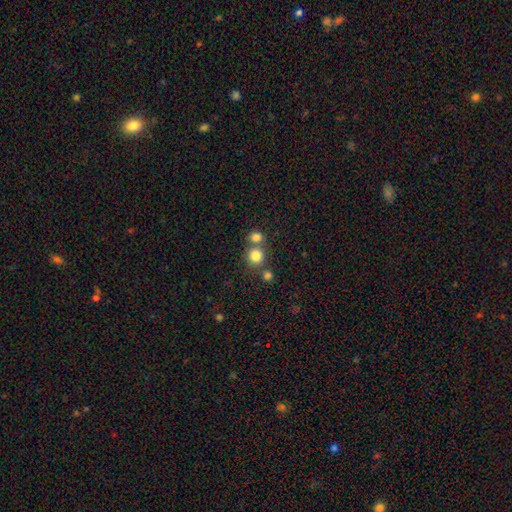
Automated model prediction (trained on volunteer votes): Smooth or featured? Predicted: smooth (p=0.81). How rounded? Predicted: round (p=0.89). Merging? Predicted: none (p=0.61).